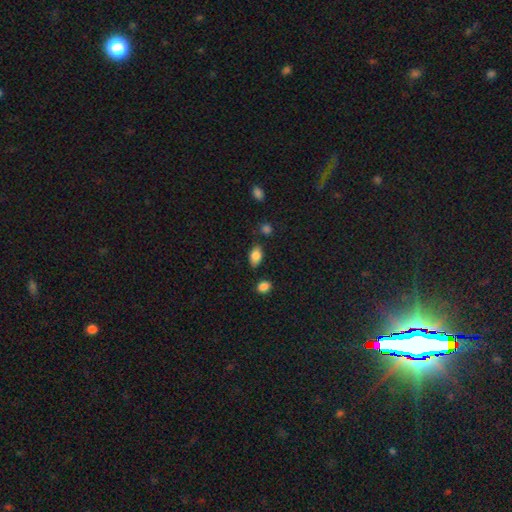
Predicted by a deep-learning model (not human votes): Smooth or featured: smooth — 85% (star or artifact — 8%)
How rounded: in between — 88% (round — 9%)
Merging: none — 77% (minor disturbance — 15%)